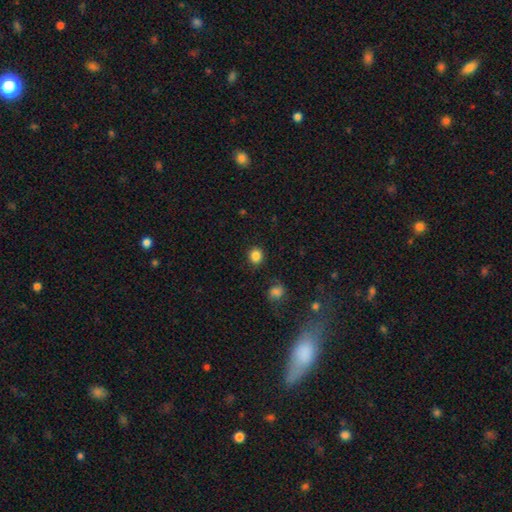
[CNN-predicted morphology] The model was most divided on "how rounded": round: 85%, in between: 14%, cigar-shaped: 1%. More confident: merging — none (88%); smooth or featured — smooth (85%).